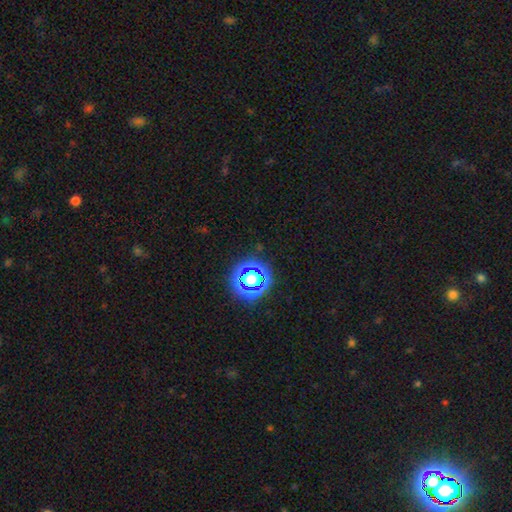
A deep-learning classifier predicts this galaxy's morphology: type=star or artifact (76%).